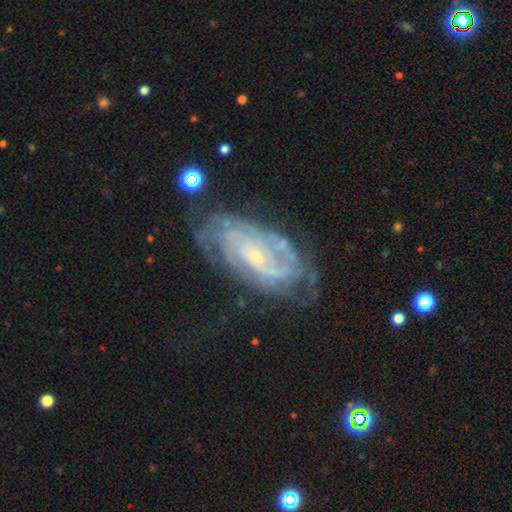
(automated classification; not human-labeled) Morphology: type=featured or disk (85%); edge-on=no (95%); bar=no (58%); spiral arms=yes (94%); winding=tight (66%); arm count=can't tell (41%); bulge=small (79%); merging=none (65%).